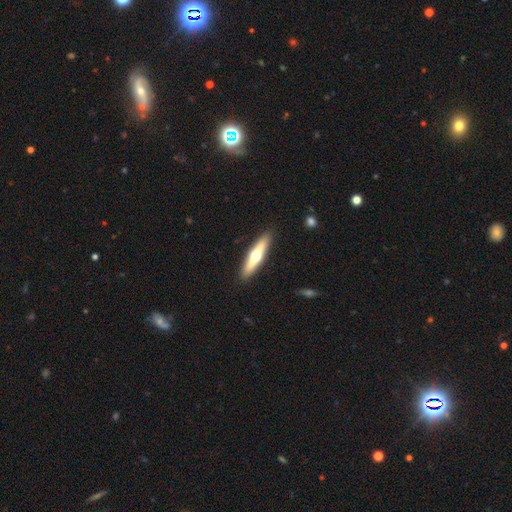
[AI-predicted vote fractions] Smooth or featured? Predicted: featured or disk (p=0.54). Edge-on disk? Predicted: yes (p=0.93). Edge-on bulge? Predicted: rounded (p=0.93). Merging? Predicted: none (p=0.90).